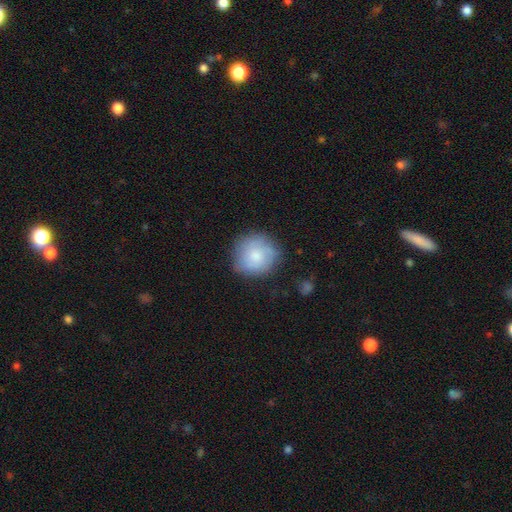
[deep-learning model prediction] Morphology: type=smooth (71%); roundness=round (88%); merging=none (71%).